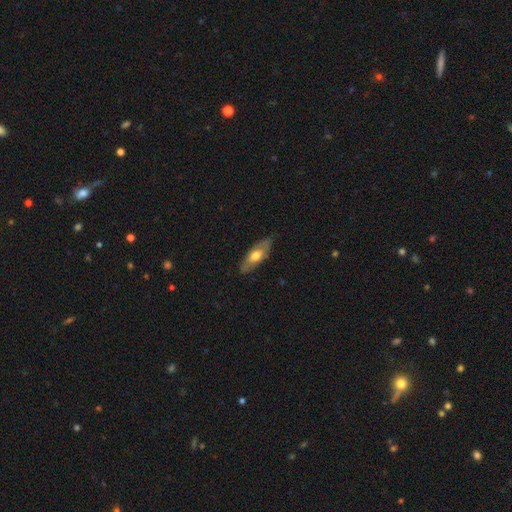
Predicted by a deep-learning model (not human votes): Overall: smooth (54%; featured or disk 41%). How rounded: in between (71%). Merging: none (82%).